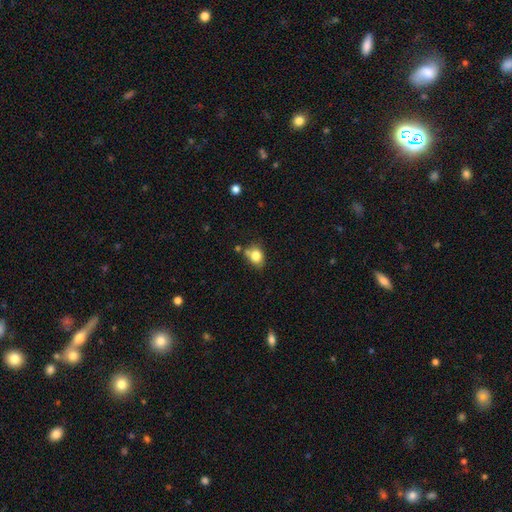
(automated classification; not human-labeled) Smooth or featured? Predicted: smooth (p=0.80). How rounded? Predicted: in between (p=0.54). Merging? Predicted: none (p=0.59).